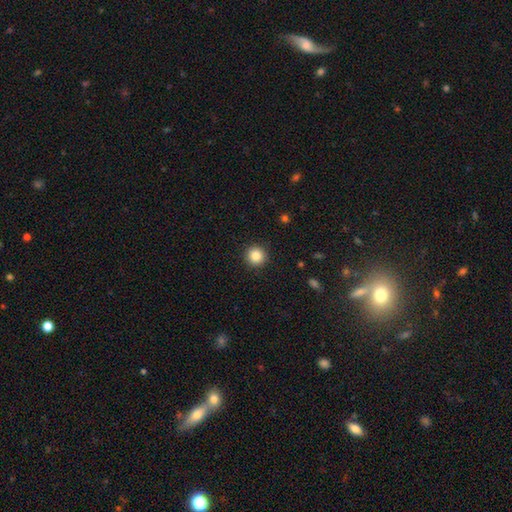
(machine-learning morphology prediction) smooth_or_featured: smooth (p=0.85) [alt: star or artifact p=0.10]
how_rounded: round (p=0.95) [alt: in between p=0.04]
merging: none (p=0.92) [alt: minor disturbance p=0.05]